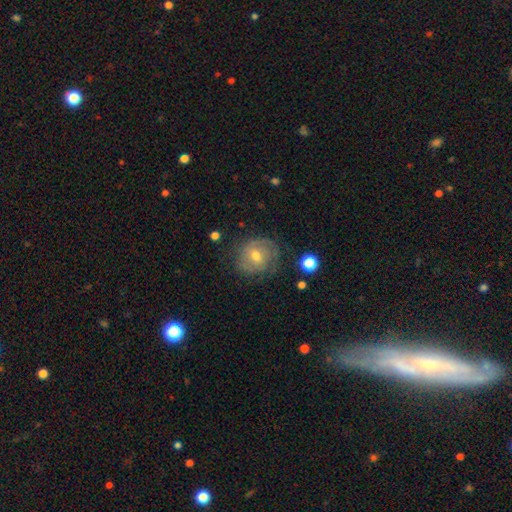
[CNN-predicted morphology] A featured or disk galaxy (60%) with no bar (52%), spiral arms (81%) and a moderate central bulge (67%).

Vote fractions:
- Smooth or featured? featured or disk: 60% / smooth: 32% / star or artifact: 9%
- Edge-on disk? no: 96% / yes: 4%
- Bar? no: 52% / weak: 40% / strong: 8%
- Spiral arms? yes: 81% / no: 19%
- Bulge size? moderate: 67% / small: 28% / large: 3% / none: 1% / dominant: 1%
- Merging? none: 69% / minor disturbance: 20% / major disturbance: 9% / merger: 2%